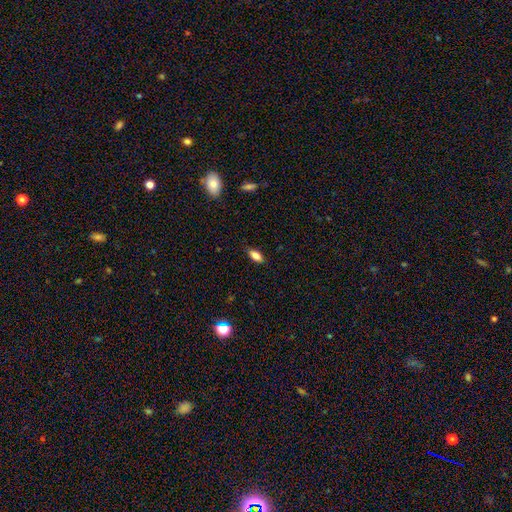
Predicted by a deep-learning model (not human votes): smooth_or_featured: smooth (p=0.84) [alt: star or artifact p=0.08]
how_rounded: in between (p=0.84) [alt: cigar-shaped p=0.14]
merging: none (p=0.85) [alt: minor disturbance p=0.11]